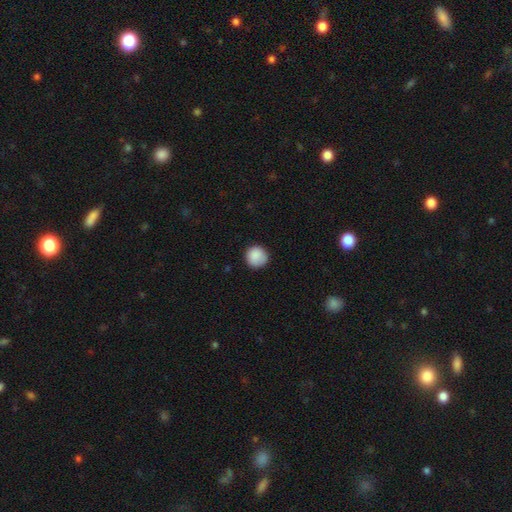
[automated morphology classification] This is clearly a smooth galaxy (88%). How rounded: clearly round (94%). Merging: clearly none (85%).